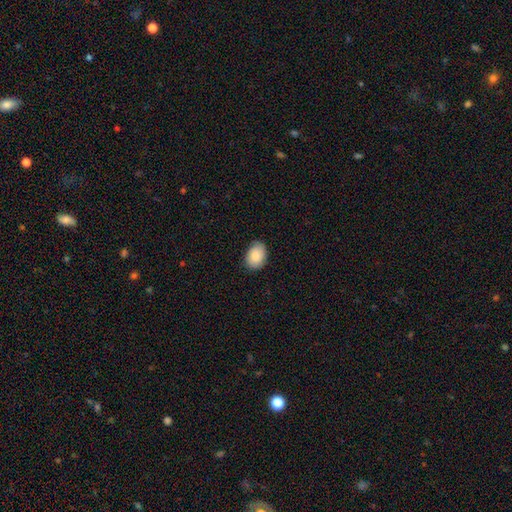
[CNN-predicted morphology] Overall: smooth (89%). How rounded: in between (80%). Merging: none (80%).